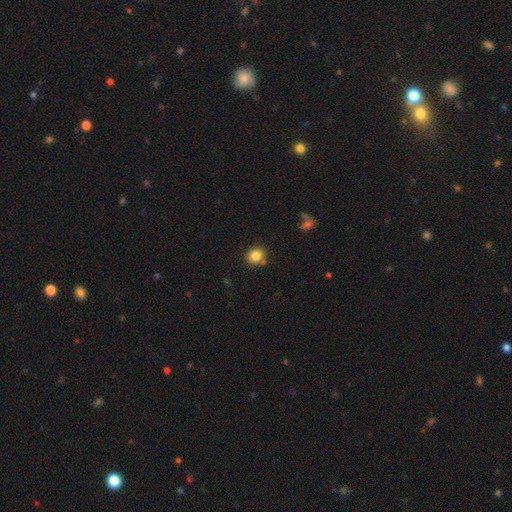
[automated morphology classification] A smooth galaxy with no disk features (84%) that is round (76%).

Vote fractions:
- Smooth or featured? smooth: 84% / star or artifact: 11% / featured or disk: 6%
- How rounded? round: 76% / in between: 23% / cigar-shaped: 1%
- Merging? none: 80% / minor disturbance: 11% / merger: 6% / major disturbance: 3%